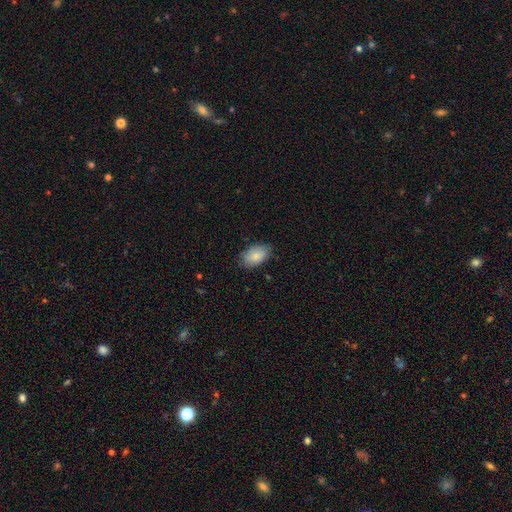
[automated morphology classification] Smooth or featured?
  - smooth: 85% *
  - featured or disk: 9%
  - star or artifact: 6%
How rounded?
  - in between: 93% *
  - round: 6%
  - cigar-shaped: 1%
Merging?
  - none: 79% *
  - minor disturbance: 17%
  - major disturbance: 3%
  - merger: 1%